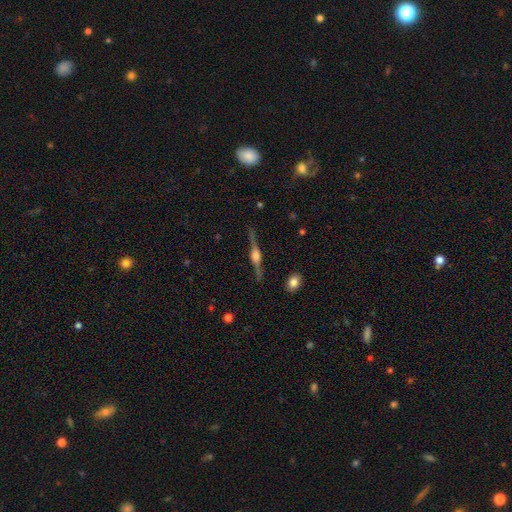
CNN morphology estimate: A featured or disk galaxy (86%) viewed edge-on (98%) with a rounded central bulge (87%).

Vote fractions:
- Smooth or featured? featured or disk: 86% / smooth: 9% / star or artifact: 5%
- Edge-on disk? yes: 98% / no: 2%
- Edge-on bulge? rounded: 87% / boxy: 11% / none: 2%
- Merging? none: 88% / minor disturbance: 9% / major disturbance: 2% / merger: 1%